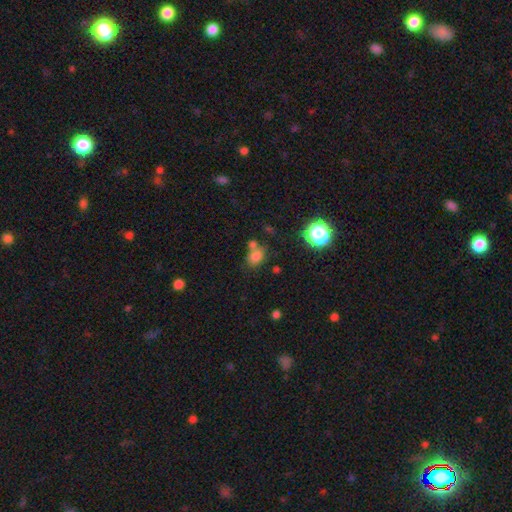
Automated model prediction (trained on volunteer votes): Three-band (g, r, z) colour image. It shows a smooth galaxy with no disk features (74%) that is in between round and cigar-shaped (55%). Merging: none (55%).